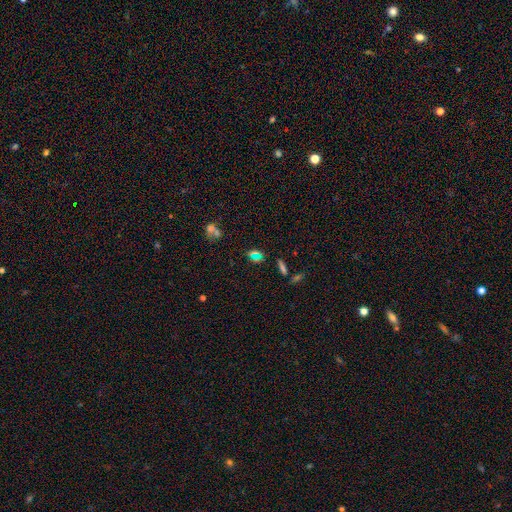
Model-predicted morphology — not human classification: A smooth galaxy with no disk features (49%). Merging: none (57%).